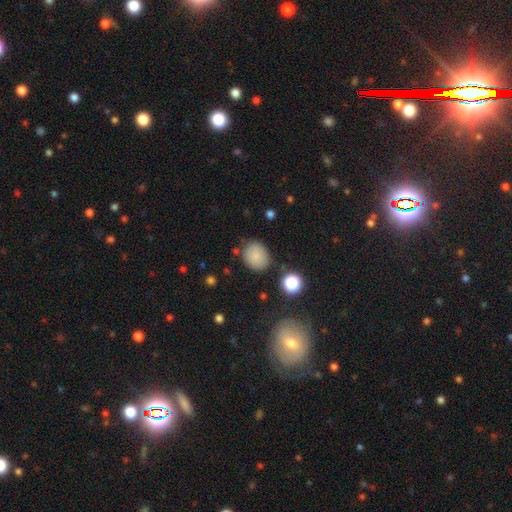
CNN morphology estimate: A smooth galaxy with no disk features (82%) that is round (64%). Merging: none (80%).